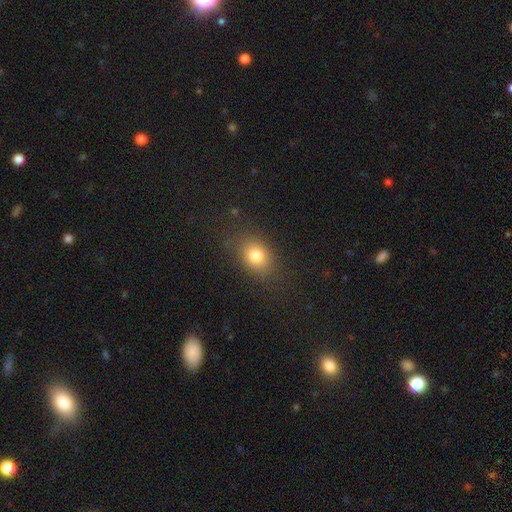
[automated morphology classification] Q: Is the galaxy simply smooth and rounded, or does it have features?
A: smooth — 80%.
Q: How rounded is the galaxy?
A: in between — 60%.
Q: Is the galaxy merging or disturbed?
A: none — 80%.